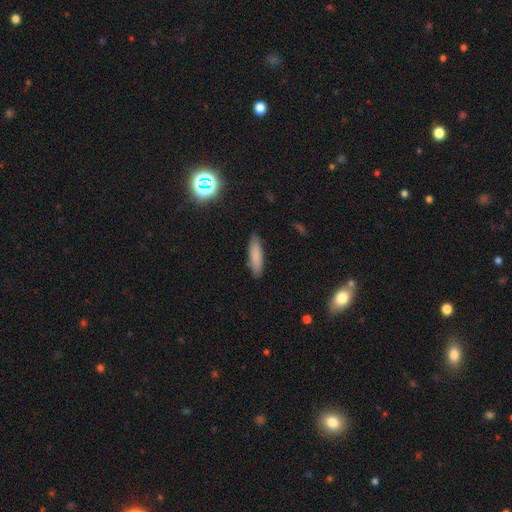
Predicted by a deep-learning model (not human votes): Smooth or featured? Predicted: smooth (p=0.83). How rounded? Predicted: cigar-shaped (p=0.64). Merging? Predicted: none (p=0.87).